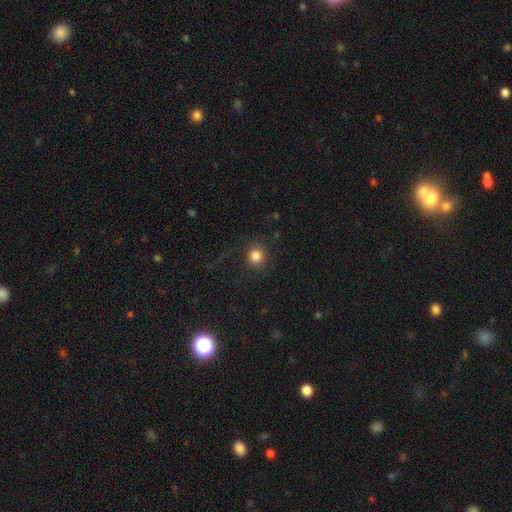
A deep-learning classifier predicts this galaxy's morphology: smooth_or_featured: smooth (p=0.82) [alt: star or artifact p=0.11]
how_rounded: round (p=0.91) [alt: in between p=0.08]
merging: none (p=0.81) [alt: minor disturbance p=0.09]